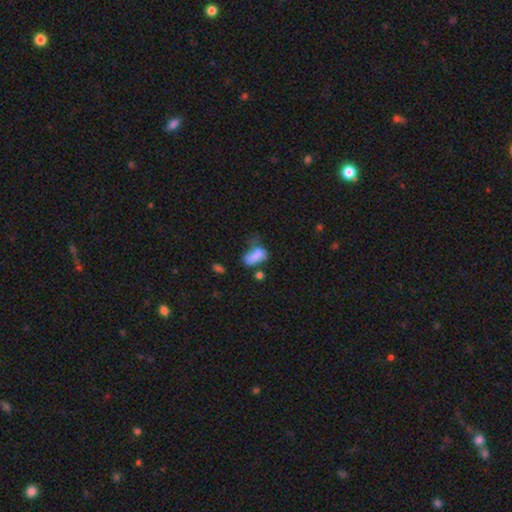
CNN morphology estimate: This is likely a smooth galaxy (74%). How rounded: clearly in between (86%). Merging: marginally major disturbance (36%).